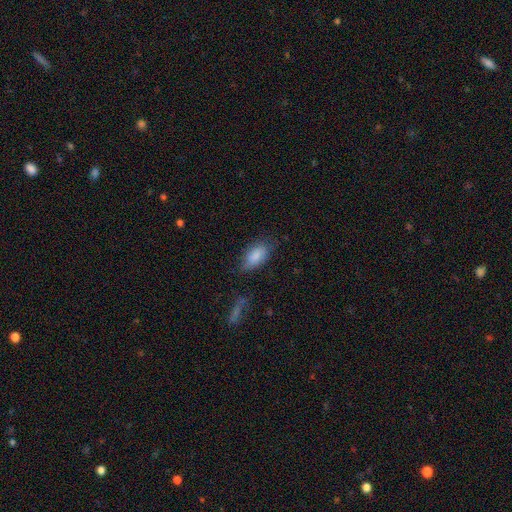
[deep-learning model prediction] A smooth galaxy with no disk features (82%) that is in between round and cigar-shaped (90%). Merging: none (64%).